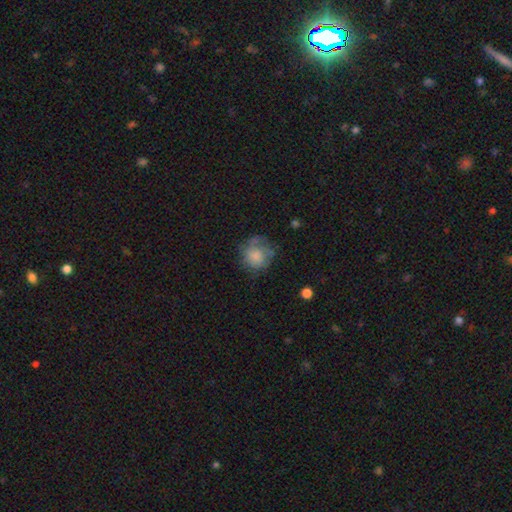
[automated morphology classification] Smooth or featured?
  - smooth: 71% *
  - featured or disk: 20%
  - star or artifact: 9%
How rounded?
  - round: 85% *
  - in between: 14%
  - cigar-shaped: 1%
Merging?
  - none: 56% *
  - minor disturbance: 26%
  - major disturbance: 15%
  - merger: 3%